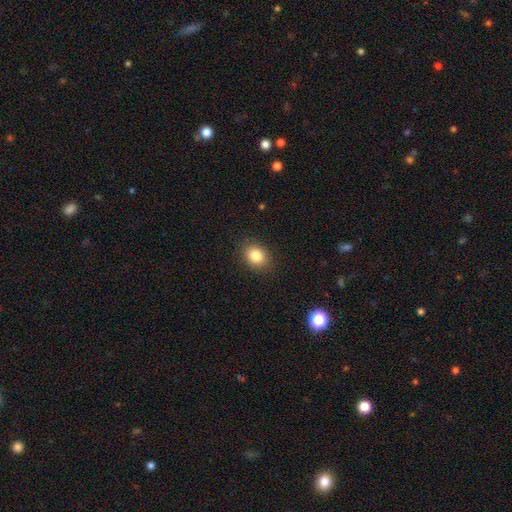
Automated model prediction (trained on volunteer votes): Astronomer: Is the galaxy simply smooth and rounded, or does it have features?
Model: smooth — 84%.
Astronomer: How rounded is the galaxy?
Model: in between — 50% (runner-up: round, 49%).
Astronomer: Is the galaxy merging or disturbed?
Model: none — 88%.